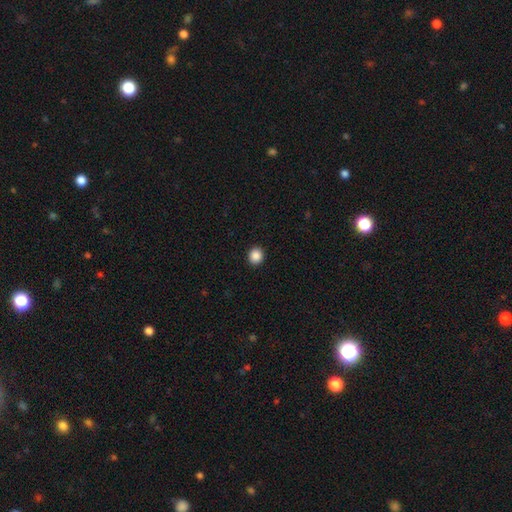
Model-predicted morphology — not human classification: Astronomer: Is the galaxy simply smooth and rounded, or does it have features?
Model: smooth — 88%.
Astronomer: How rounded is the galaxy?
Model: round — 85%.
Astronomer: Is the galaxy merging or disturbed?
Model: none — 93%.